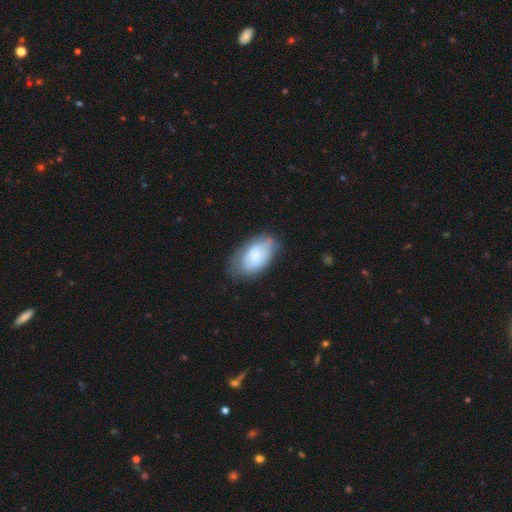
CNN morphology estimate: smooth_or_featured: smooth (p=0.65) [alt: featured or disk p=0.28]
how_rounded: in between (p=0.93) [alt: round p=0.05]
merging: none (p=0.62) [alt: minor disturbance p=0.27]